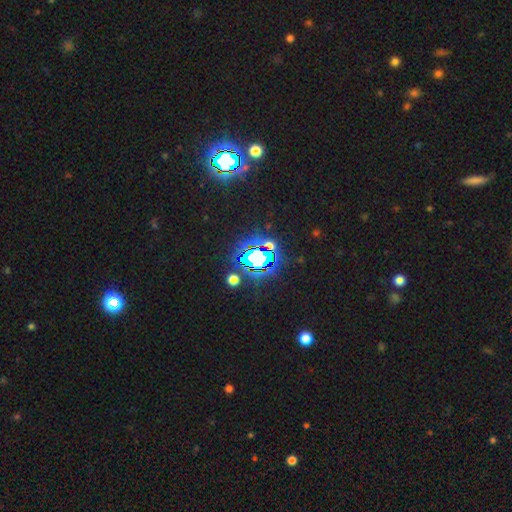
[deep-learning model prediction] This is likely a star or artifact rather than a galaxy (74%).